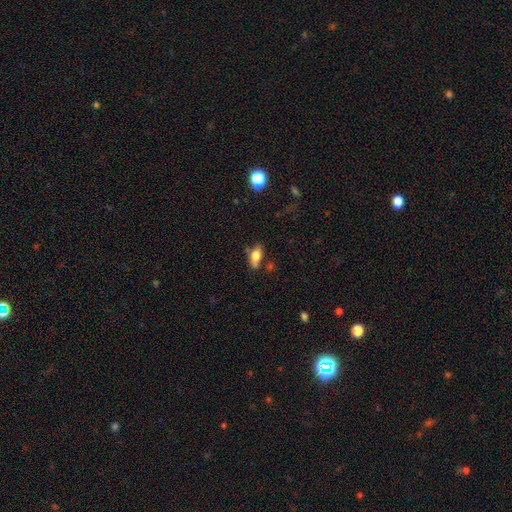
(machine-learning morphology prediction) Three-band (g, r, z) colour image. It shows a smooth galaxy with no disk features (74%) that is in between round and cigar-shaped (83%). Merging: none (56%).